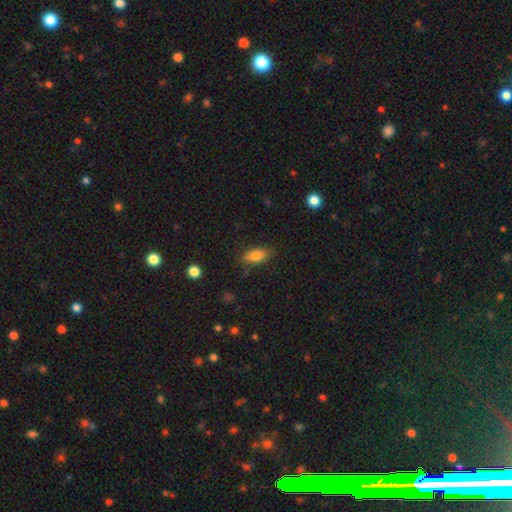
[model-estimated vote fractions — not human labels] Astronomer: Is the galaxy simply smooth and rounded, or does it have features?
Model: smooth — 79%.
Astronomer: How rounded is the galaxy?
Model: in between — 83%.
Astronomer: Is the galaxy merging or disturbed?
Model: none — 79%.